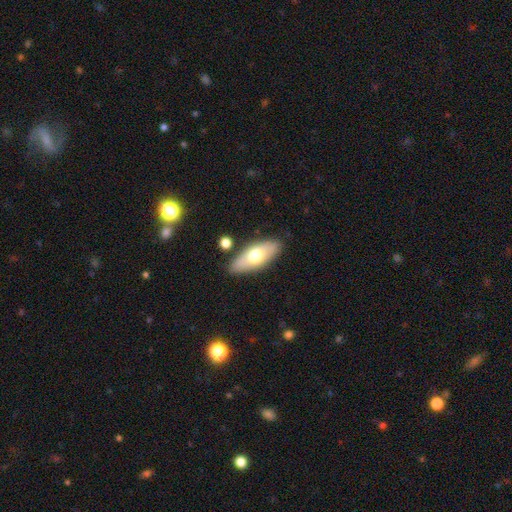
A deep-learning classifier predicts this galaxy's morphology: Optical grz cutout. It shows a smooth galaxy with no disk features (61%) that is in between round and cigar-shaped (78%). Merging: none (83%).